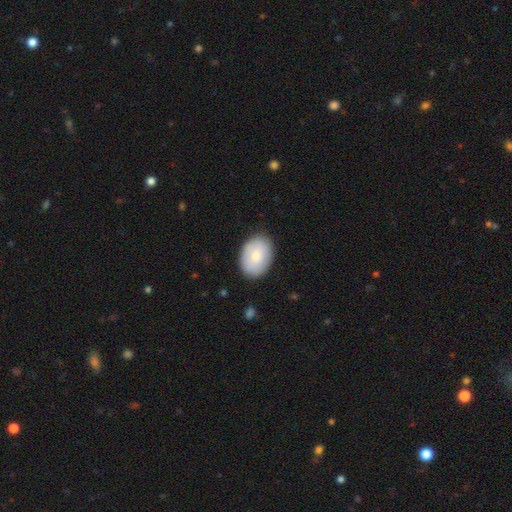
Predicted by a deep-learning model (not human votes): Overall: smooth (82%). How rounded: in between (79%). Merging: none (86%).